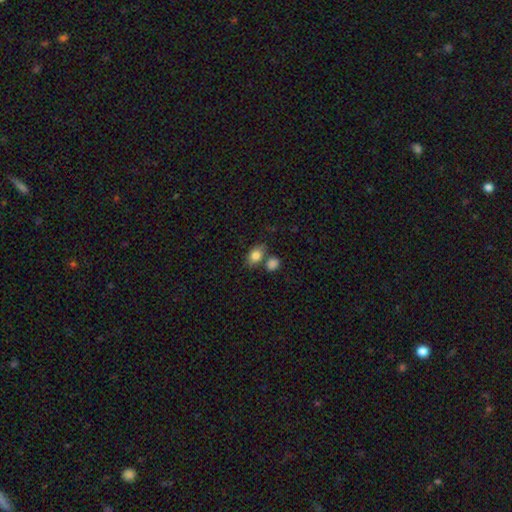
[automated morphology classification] A smooth galaxy with no disk features (81%) that is in between round and cigar-shaped (73%). Merging: none (57%).